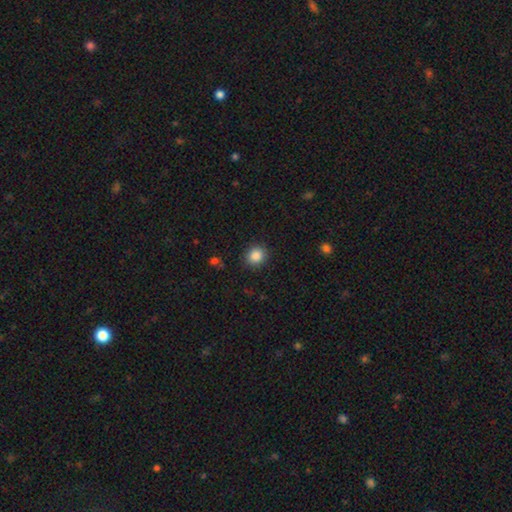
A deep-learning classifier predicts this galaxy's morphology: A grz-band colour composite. It shows a smooth galaxy with no disk features (86%) that is round (81%). Merging: none (89%).